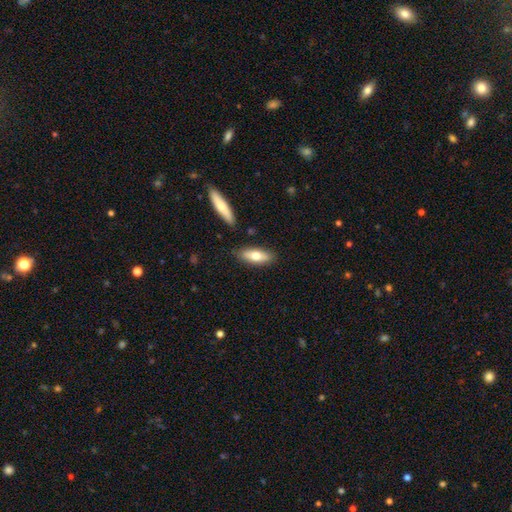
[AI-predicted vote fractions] Smooth or featured?
  - smooth: 70% *
  - featured or disk: 24%
  - star or artifact: 6%
How rounded?
  - in between: 65% *
  - cigar-shaped: 33%
  - round: 2%
Merging?
  - none: 83% *
  - minor disturbance: 11%
  - merger: 4%
  - major disturbance: 2%